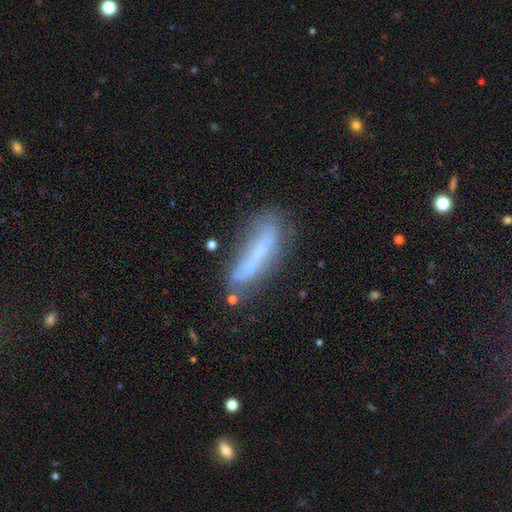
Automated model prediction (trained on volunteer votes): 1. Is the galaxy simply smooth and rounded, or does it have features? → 45% smooth, 44% featured or disk, 12% star or artifact.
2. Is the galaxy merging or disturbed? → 54% none, 24% minor disturbance, 13% major disturbance, 9% merger.